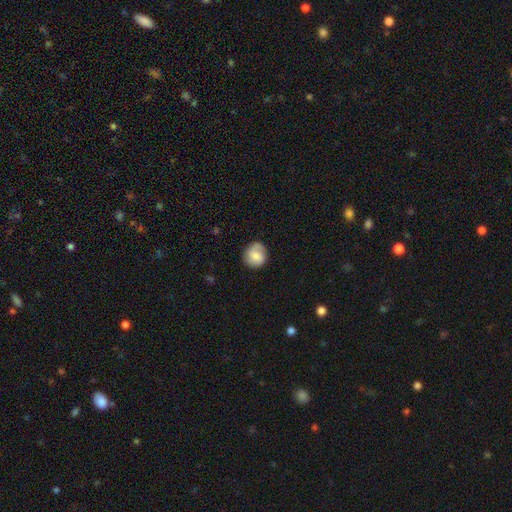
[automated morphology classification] smooth-or-featured: smooth: 70% | featured or disk: 23% | star or artifact: 7%
  how-rounded: round: 87% | in between: 12% | cigar-shaped: 1%
  merging: none: 79% | minor disturbance: 15% | major disturbance: 4% | merger: 1%